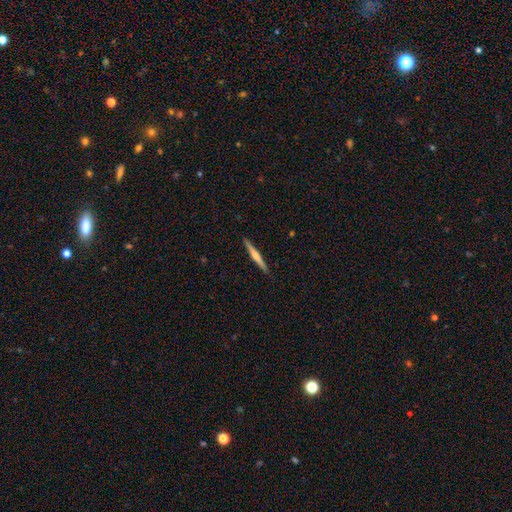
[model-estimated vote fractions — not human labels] The model was most divided on "smooth or featured": featured or disk: 52%, smooth: 43%, star or artifact: 5%. More confident: edge-on disk — yes (98%); merging — none (91%); edge-on bulge — rounded (55%).